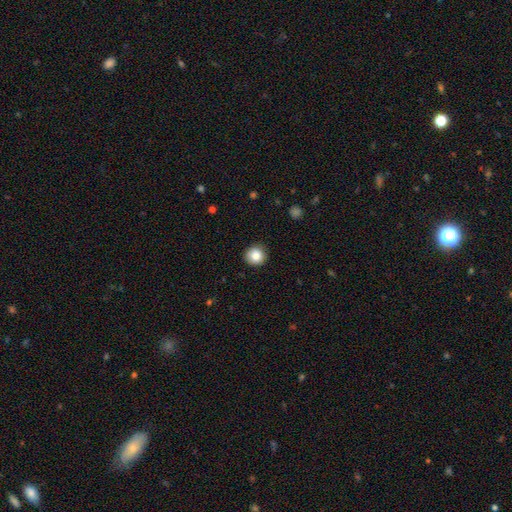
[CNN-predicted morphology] This appears to be a smooth galaxy with no disk features (85%) that is round (93%). Merging: none (90%).